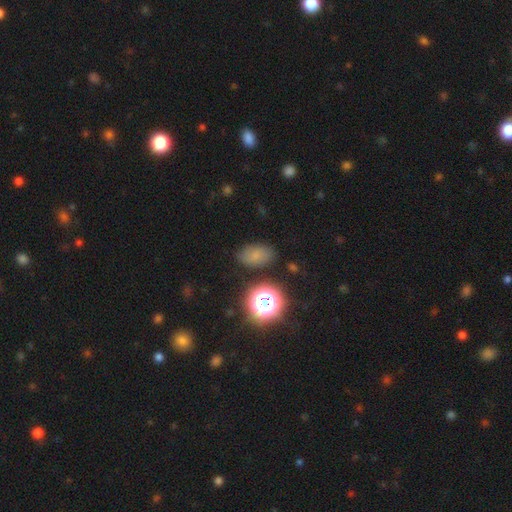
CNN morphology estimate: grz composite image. It shows a smooth galaxy with no disk features (67%) that is in between round and cigar-shaped (82%). Merging: none (79%).